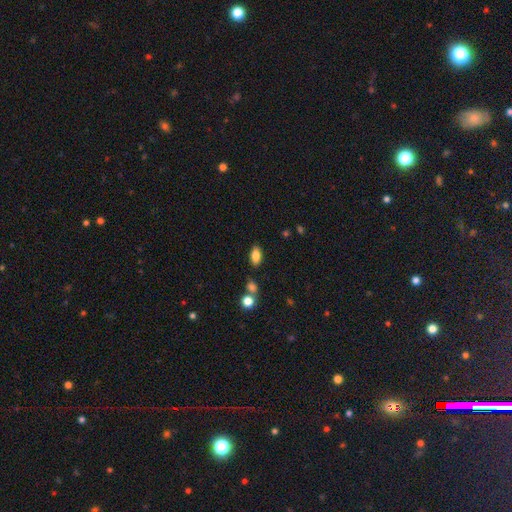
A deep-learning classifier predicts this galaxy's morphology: Overall: smooth (83%). How rounded: in between (90%). Merging: none (82%).